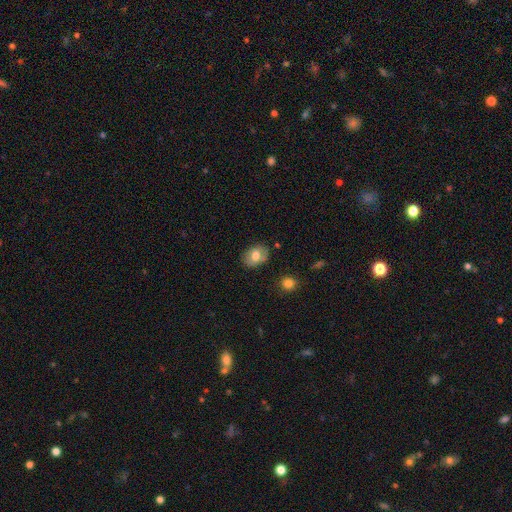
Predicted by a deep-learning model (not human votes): This appears to be a smooth galaxy with no disk features (67%) that is in between round and cigar-shaped (78%). Merging: none (79%).